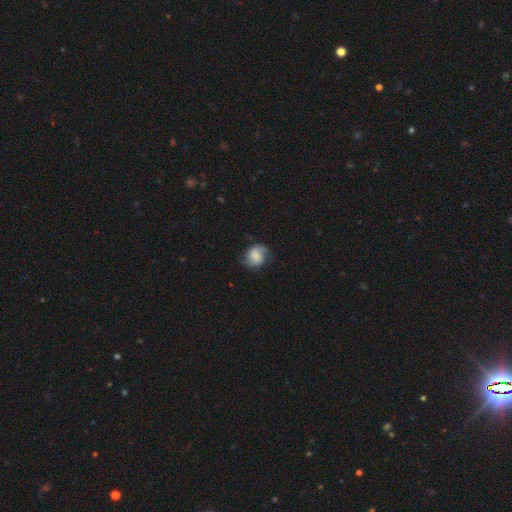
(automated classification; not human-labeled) This appears to be a smooth galaxy with no disk features (63%) that is round (67%). Merging: none (63%).